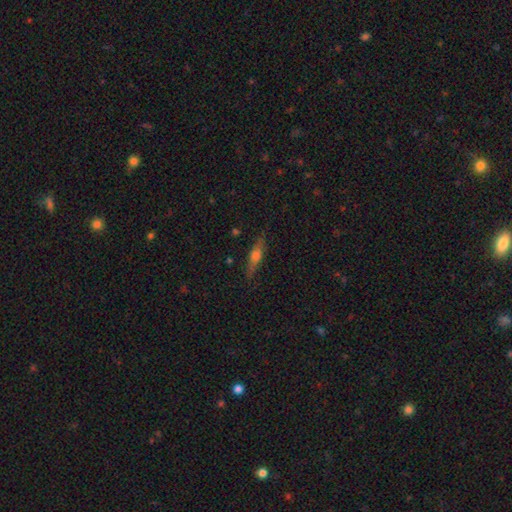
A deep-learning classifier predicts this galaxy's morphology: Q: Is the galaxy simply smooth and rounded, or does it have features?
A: featured or disk — 52%.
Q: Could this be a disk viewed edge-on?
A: yes — 92%.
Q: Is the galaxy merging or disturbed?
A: none — 83%.